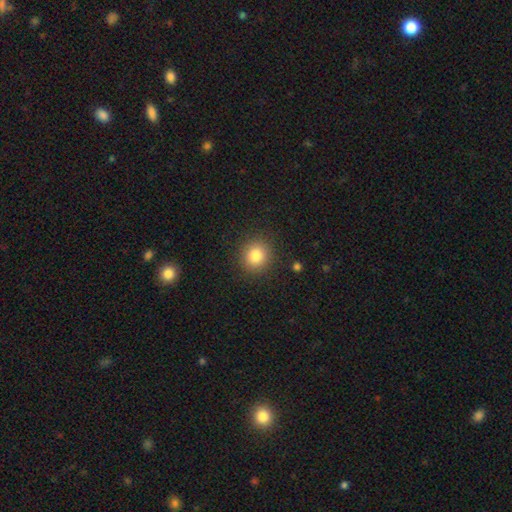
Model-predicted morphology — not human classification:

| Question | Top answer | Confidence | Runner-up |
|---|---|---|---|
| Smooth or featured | smooth | 83% | star or artifact (11%) |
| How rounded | round | 88% | in between (11%) |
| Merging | none | 90% | minor disturbance (7%) |